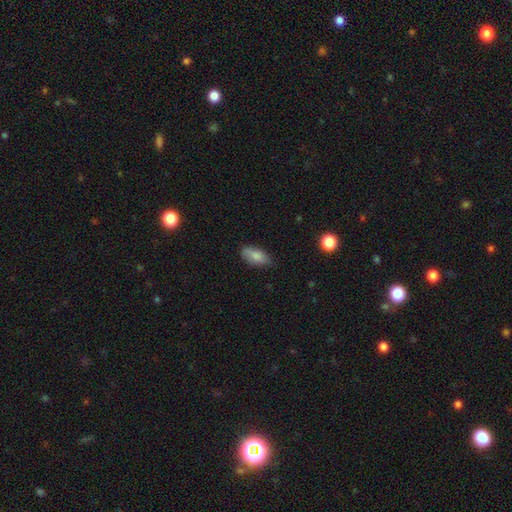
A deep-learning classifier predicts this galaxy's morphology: smooth-or-featured: smooth: 83% | featured or disk: 10% | star or artifact: 7%
  how-rounded: in between: 87% | cigar-shaped: 10% | round: 3%
  merging: none: 74% | minor disturbance: 21% | major disturbance: 4% | merger: 1%